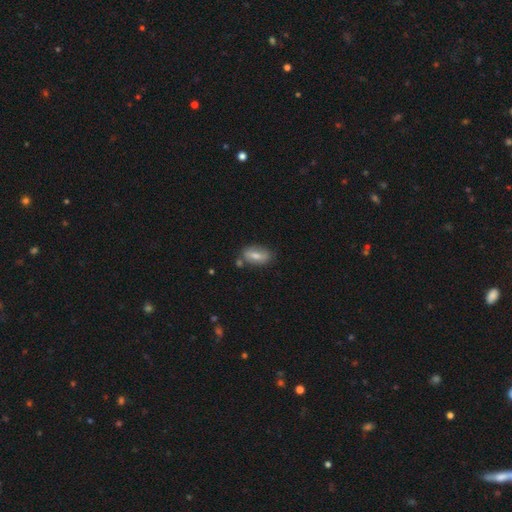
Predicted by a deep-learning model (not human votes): This appears to be a smooth galaxy with no disk features (67%) that is in between round and cigar-shaped (85%). Merging: none (70%).